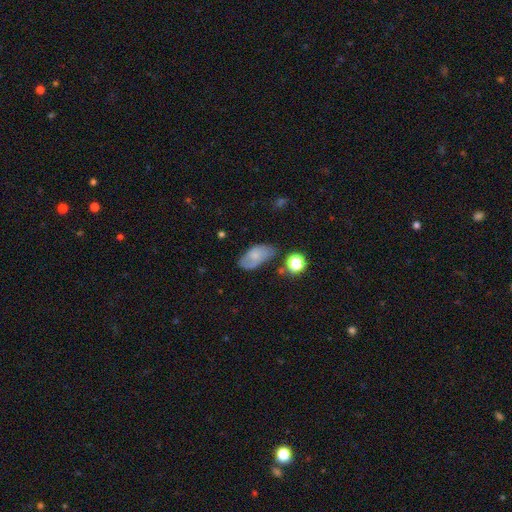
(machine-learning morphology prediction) Smooth or featured? Predicted: smooth (p=0.65). How rounded? Predicted: in between (p=0.92). Merging? Predicted: none (p=0.57).